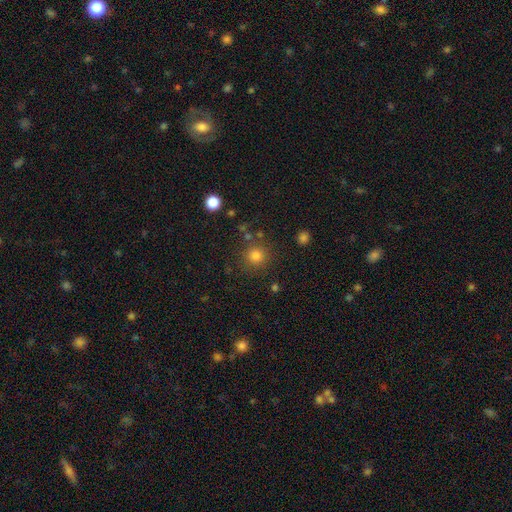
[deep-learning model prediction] Overall: smooth (80%). How rounded: round (93%). Merging: none (82%).